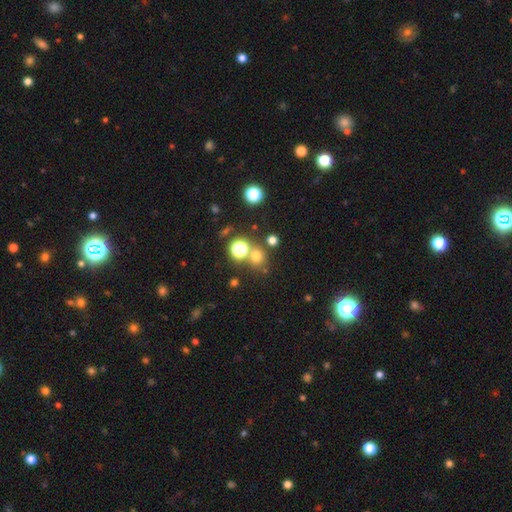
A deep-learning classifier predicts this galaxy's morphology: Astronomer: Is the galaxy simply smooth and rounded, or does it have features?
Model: smooth — 65%.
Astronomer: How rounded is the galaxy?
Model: round — 86%.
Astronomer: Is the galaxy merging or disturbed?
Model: none — 70%.